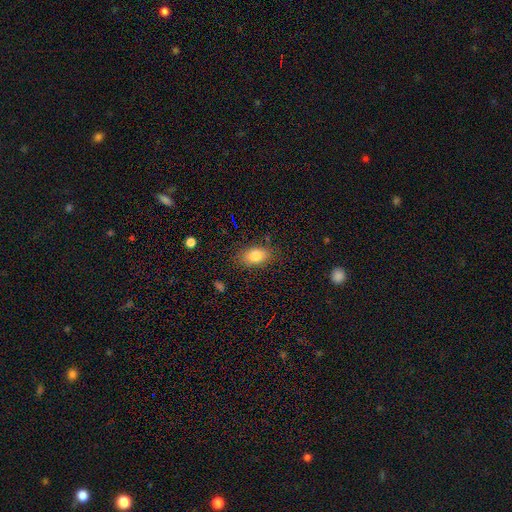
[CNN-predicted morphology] Overall: smooth (80%). How rounded: in between (86%). Merging: none (83%).